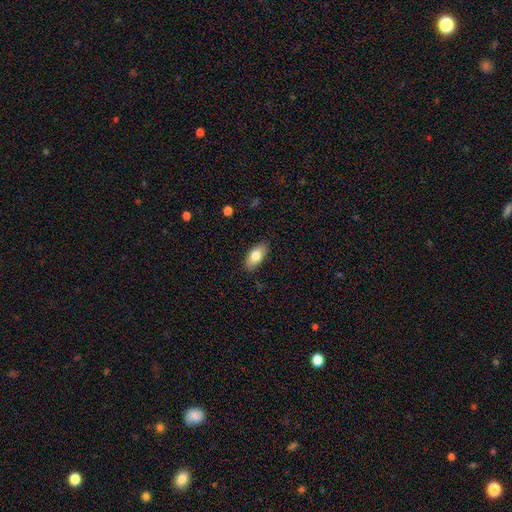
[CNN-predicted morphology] Overall: smooth (79%). How rounded: in between (90%). Merging: none (85%).